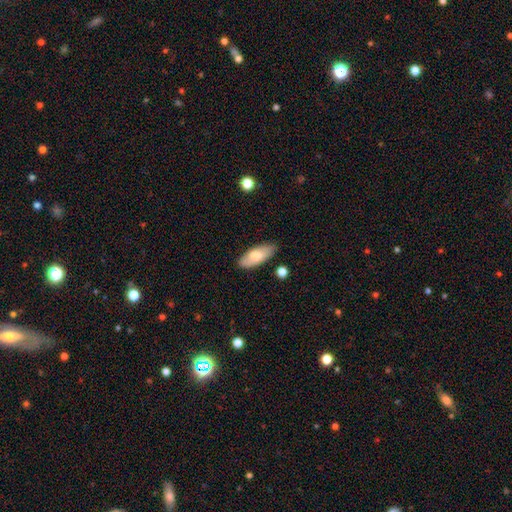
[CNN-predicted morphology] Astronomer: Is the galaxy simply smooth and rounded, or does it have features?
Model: smooth — 71%.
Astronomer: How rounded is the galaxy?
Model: in between — 82%.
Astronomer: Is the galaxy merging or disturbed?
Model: none — 83%.